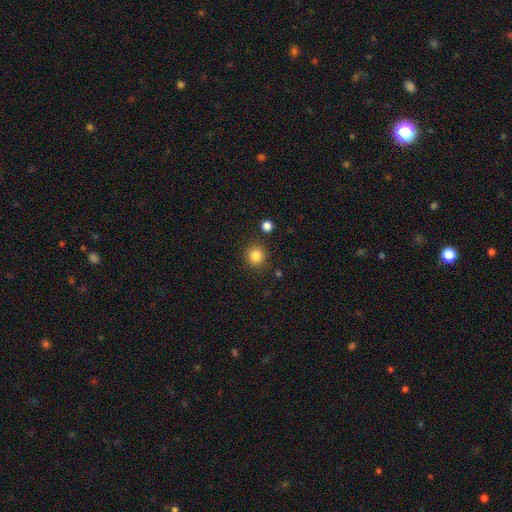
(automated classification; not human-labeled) Smooth or featured? smooth (84%)
How rounded? round (93%)
Merging? none (88%)